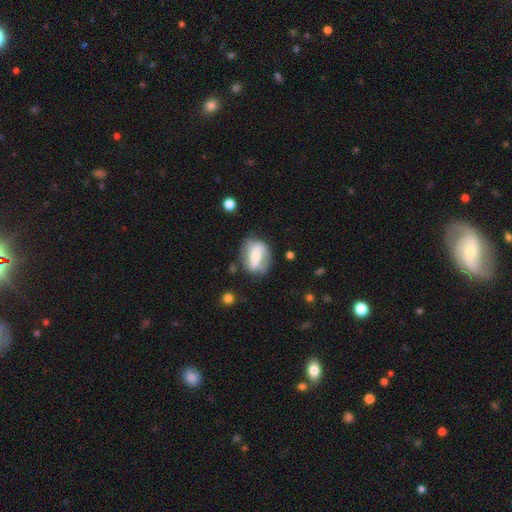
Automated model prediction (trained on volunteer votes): This appears to be a featured or disk galaxy (54%). Merging: none (64%).